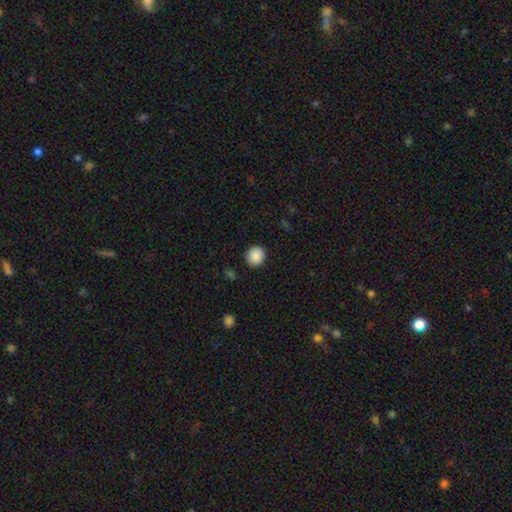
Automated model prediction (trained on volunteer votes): Q: Smooth or featured?
A: smooth (89%); runner-up: star or artifact (8%)
Q: How rounded?
A: round (81%); runner-up: in between (18%)
Q: Merging?
A: none (90%); runner-up: minor disturbance (7%)